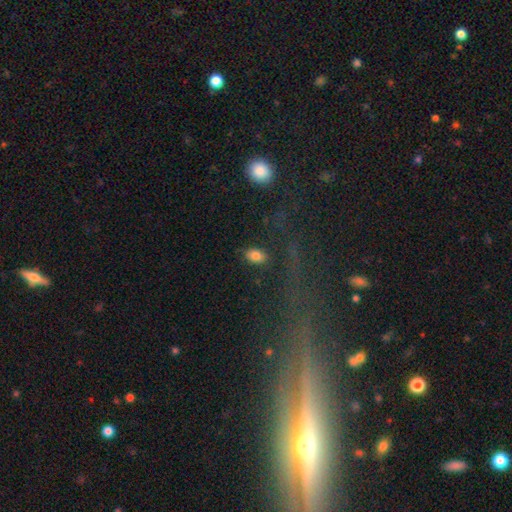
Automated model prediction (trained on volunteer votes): Smooth or featured? Predicted: smooth (p=0.80). How rounded? Predicted: in between (p=0.87). Merging? Predicted: none (p=0.80).